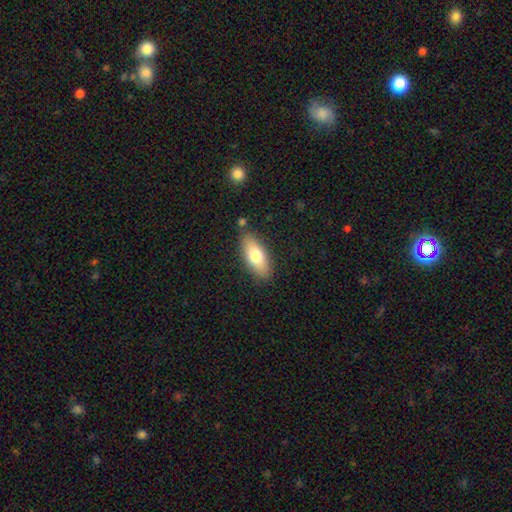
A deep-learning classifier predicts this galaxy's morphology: Smooth or featured? Predicted: smooth (p=0.73). How rounded? Predicted: in between (p=0.78). Merging? Predicted: none (p=0.81).